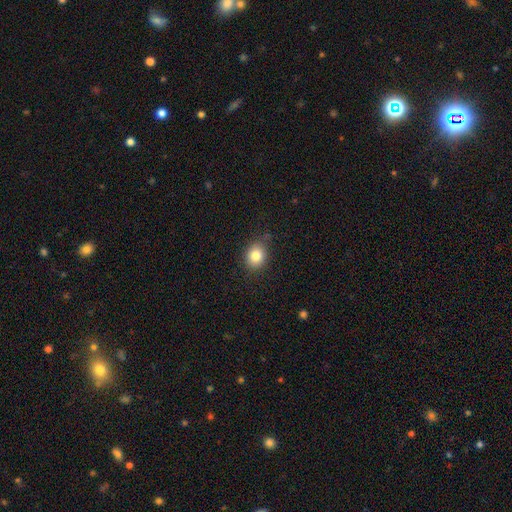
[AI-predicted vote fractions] Smooth or featured? smooth (83%)
How rounded? round (65%)
Merging? none (82%)